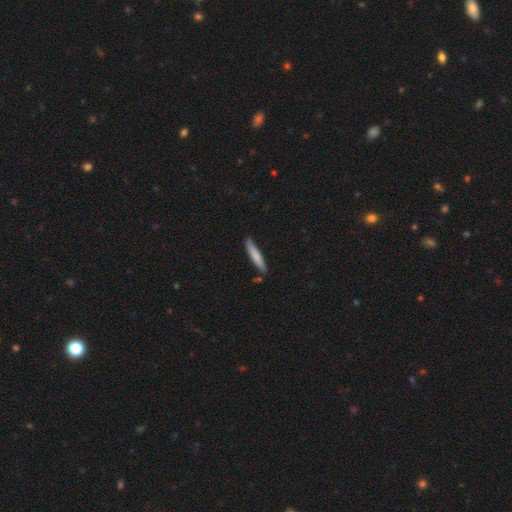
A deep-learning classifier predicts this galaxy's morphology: Smooth or featured? Predicted: smooth (p=0.75). How rounded? Predicted: cigar-shaped (p=0.92). Merging? Predicted: none (p=0.83).